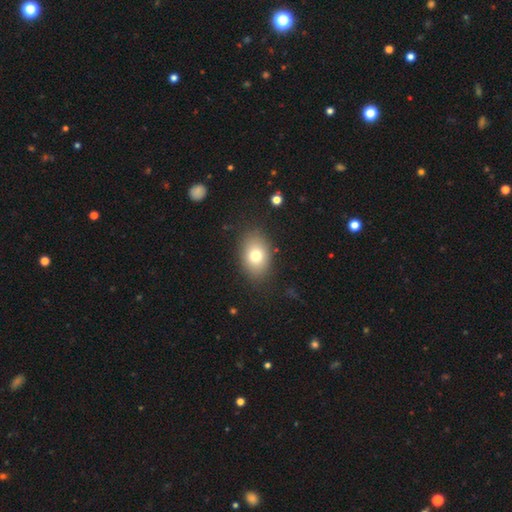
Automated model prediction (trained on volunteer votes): A smooth galaxy with no disk features (76%) that is in between round and cigar-shaped (78%). Merging: none (84%).